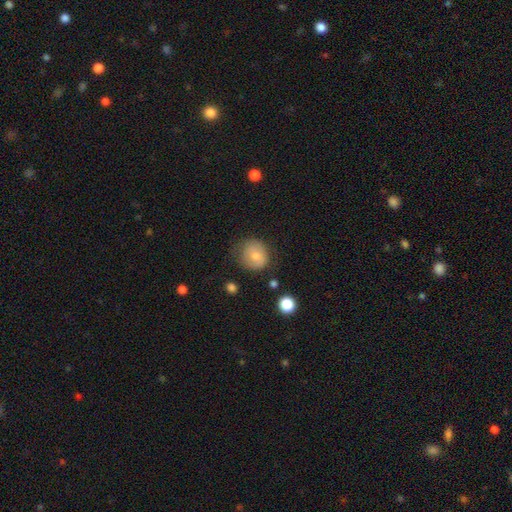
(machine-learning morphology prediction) The model was most divided on "merging": none: 66%, minor disturbance: 24%, major disturbance: 8%, merger: 2%. More confident: how rounded — round (80%); smooth or featured — smooth (76%).